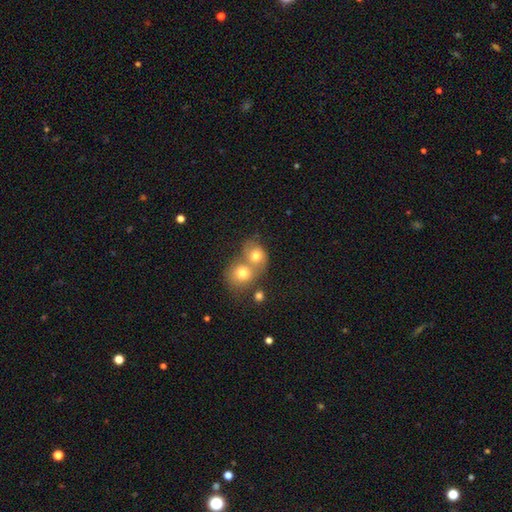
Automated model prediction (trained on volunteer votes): smooth-or-featured: smooth: 74% | featured or disk: 15% | star or artifact: 10%
  how-rounded: round: 70% | in between: 29% | cigar-shaped: 1%
  merging: merger: 61% | none: 28% | minor disturbance: 7% | major disturbance: 4%